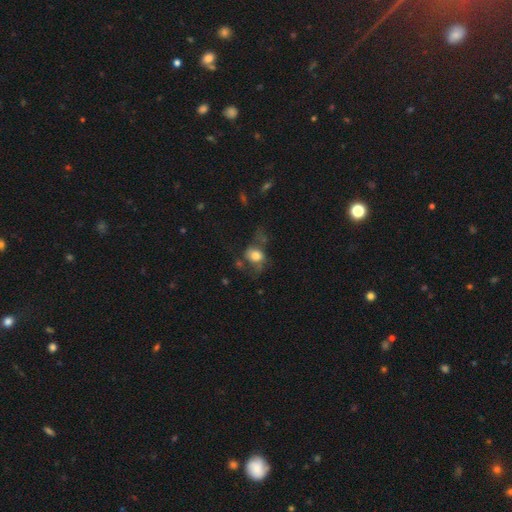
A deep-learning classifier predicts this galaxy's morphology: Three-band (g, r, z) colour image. It shows a smooth galaxy with no disk features (64%) that is in between round and cigar-shaped (56%). Merging: major disturbance (37%).